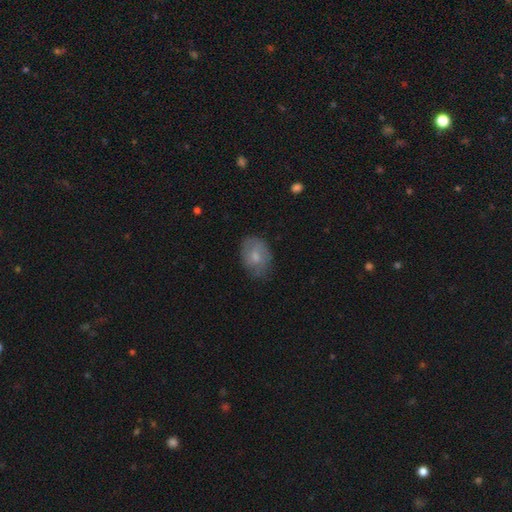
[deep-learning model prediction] smooth-or-featured: smooth: 67% | featured or disk: 26% | star or artifact: 7%
  how-rounded: in between: 75% | round: 24% | cigar-shaped: 1%
  merging: none: 68% | minor disturbance: 24% | major disturbance: 7% | merger: 1%